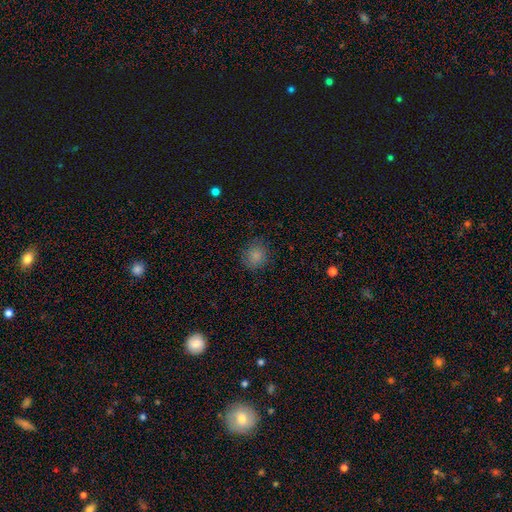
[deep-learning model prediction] smooth 84%, star or artifact 11%, featured or disk 5%. Down the decision tree: how rounded — round (86%); merging — none (85%).